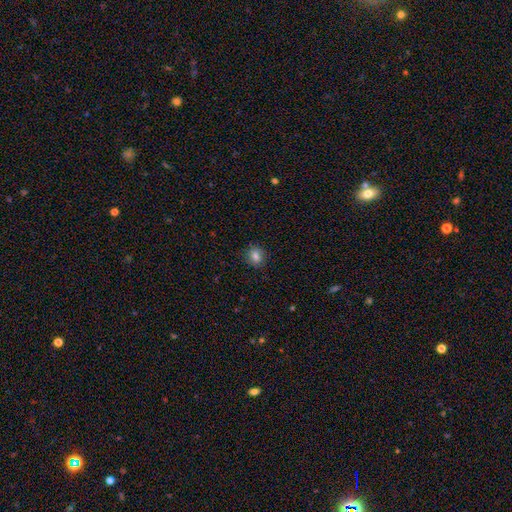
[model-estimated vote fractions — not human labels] Smooth or featured? smooth (81%)
How rounded? round (78%)
Merging? none (88%)